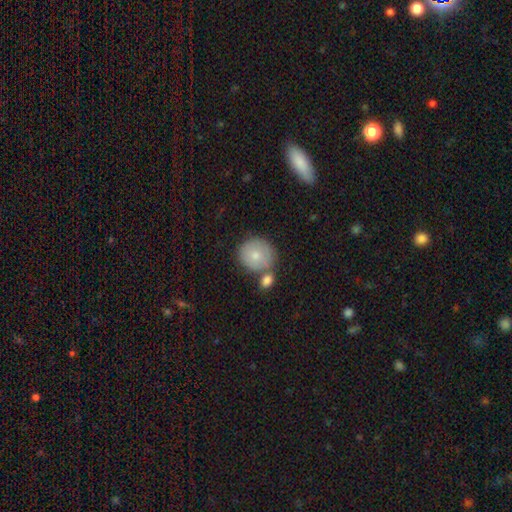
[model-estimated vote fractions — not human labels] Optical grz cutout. It shows a smooth galaxy with no disk features (77%) that is round (89%). Merging: none (60%).